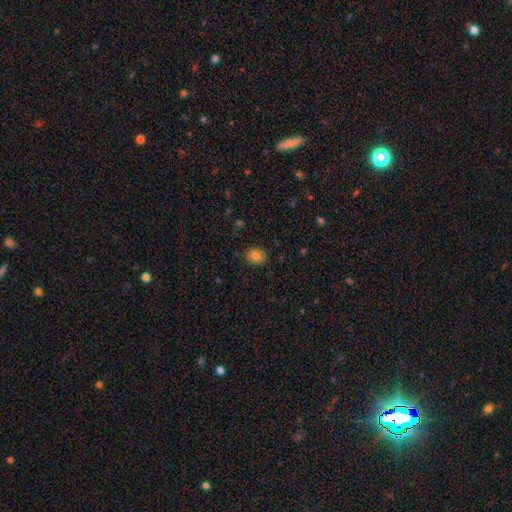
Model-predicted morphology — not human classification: A smooth galaxy with no disk features (83%) that is round (54%). Merging: none (87%).